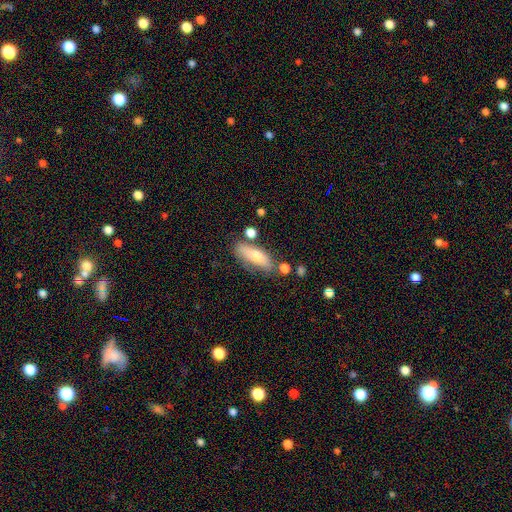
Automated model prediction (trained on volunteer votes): Morphology: type=smooth (65%); roundness=in between (61%); merging=none (65%).